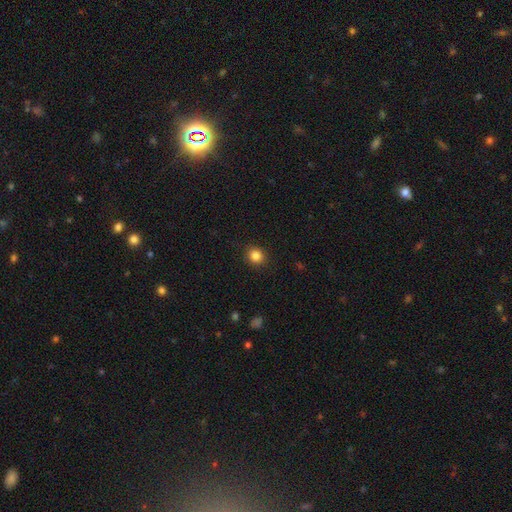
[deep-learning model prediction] Smooth or featured? Predicted: smooth (p=0.84). How rounded? Predicted: round (p=0.81). Merging? Predicted: none (p=0.91).